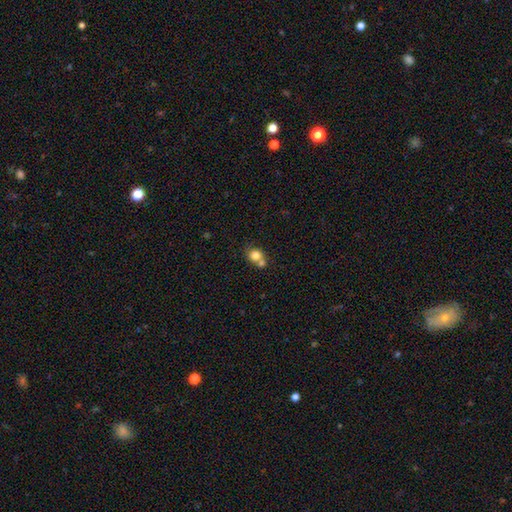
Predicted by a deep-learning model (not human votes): smooth 78%, featured or disk 12%, star or artifact 10%. Down the decision tree: how rounded — round (73%); merging — merger (48%).